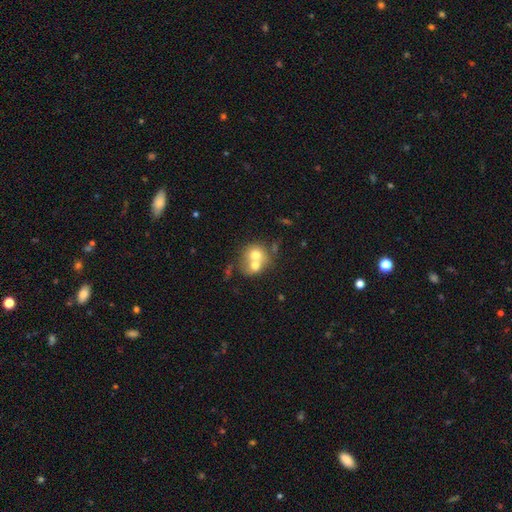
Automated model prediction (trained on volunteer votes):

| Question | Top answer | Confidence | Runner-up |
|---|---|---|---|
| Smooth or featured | smooth | 64% | featured or disk (26%) |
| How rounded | round | 73% | in between (27%) |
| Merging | merger | 66% | none (25%) |